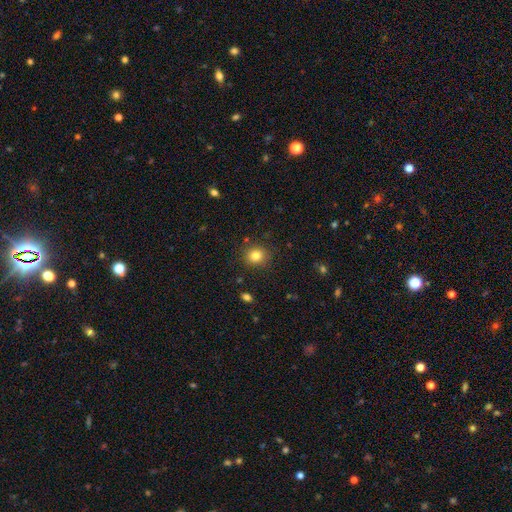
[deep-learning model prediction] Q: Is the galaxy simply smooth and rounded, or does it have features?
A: smooth — 81%.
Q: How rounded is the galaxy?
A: round — 82%.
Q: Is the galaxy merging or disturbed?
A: none — 88%.